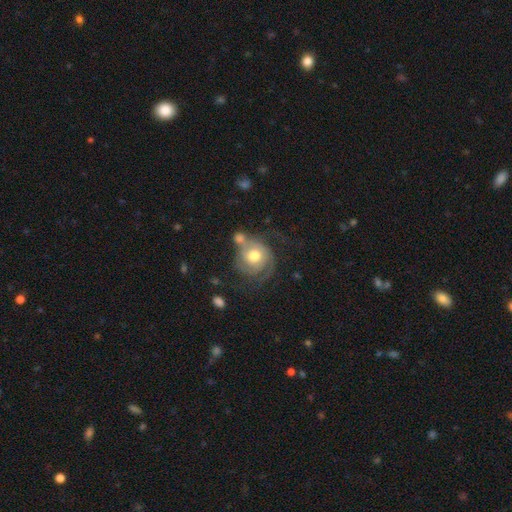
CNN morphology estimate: The model was most divided on "merging": none: 37%, merger: 25%, major disturbance: 20%, minor disturbance: 18%. More confident: edge-on disk — no (97%); spiral arms — yes (81%); bar — no (80%); bulge size — moderate (71%); smooth or featured — featured or disk (58%).